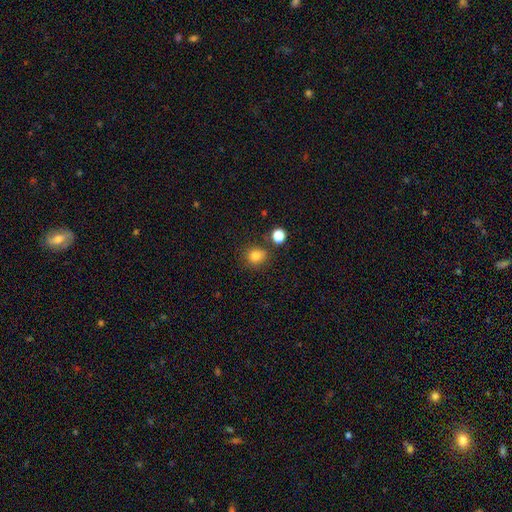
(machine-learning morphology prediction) The model was most divided on "how rounded": round: 79%, in between: 20%, cigar-shaped: 1%. More confident: smooth or featured — smooth (82%); merging — none (76%).